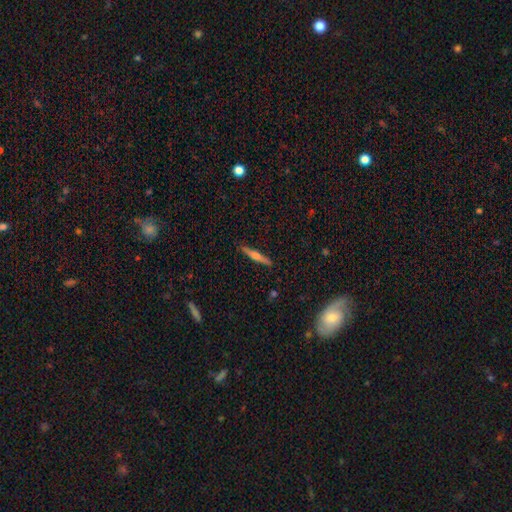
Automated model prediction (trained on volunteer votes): smooth-or-featured: featured or disk: 61% | smooth: 32% | star or artifact: 7%
  disk-edge-on: yes: 97% | no: 3%
    edge-on-bulge: rounded: 83% | none: 9% | boxy: 7%
  merging: none: 90% | minor disturbance: 7% | major disturbance: 2% | merger: 1%